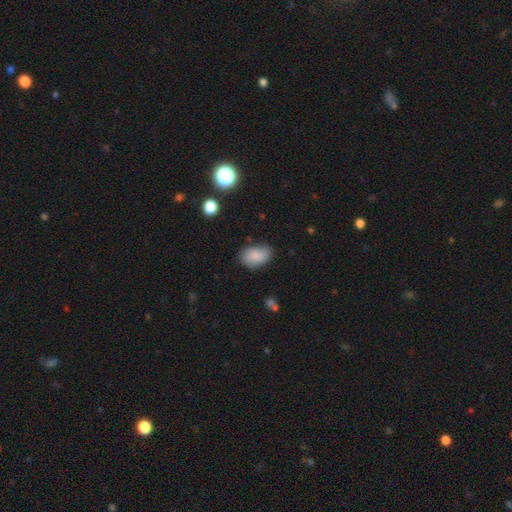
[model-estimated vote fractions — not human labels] Smooth or featured? smooth (83%)
How rounded? in between (88%)
Merging? none (73%)